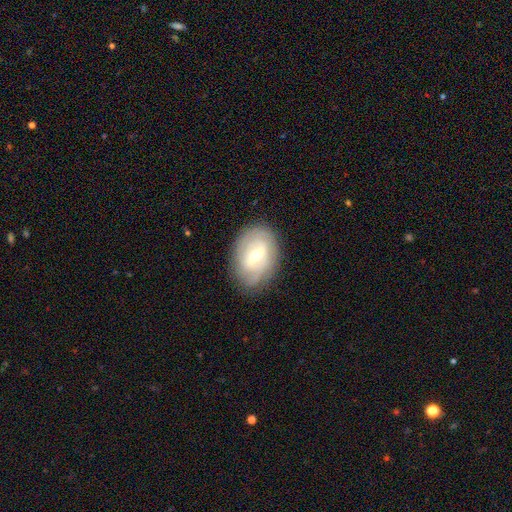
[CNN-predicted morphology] type=featured or disk (73%); edge-on=no (94%); bar=weak (50%); spiral arms=yes (79%); winding=tight (62%); arm count=can't tell (41%); bulge=moderate (59%); merging=none (80%).